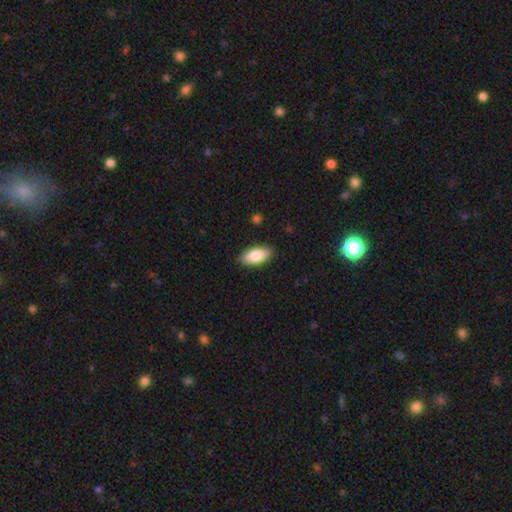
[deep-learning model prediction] Smooth or featured: smooth — 85% (featured or disk — 9%)
How rounded: in between — 91% (cigar-shaped — 6%)
Merging: none — 88% (minor disturbance — 9%)